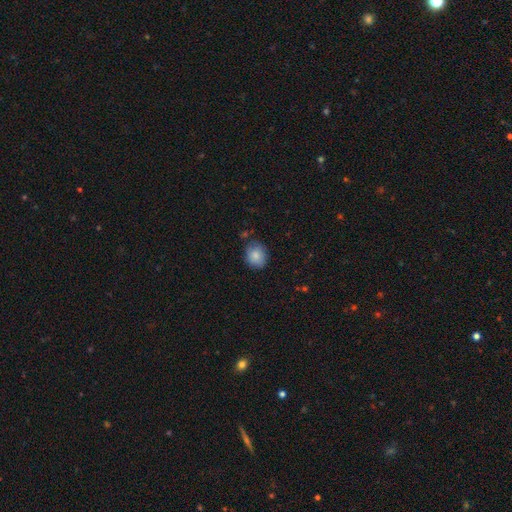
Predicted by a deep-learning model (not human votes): The model was most divided on "how rounded": round: 66%, in between: 33%, cigar-shaped: 1%. More confident: smooth or featured — smooth (85%); merging — none (77%).